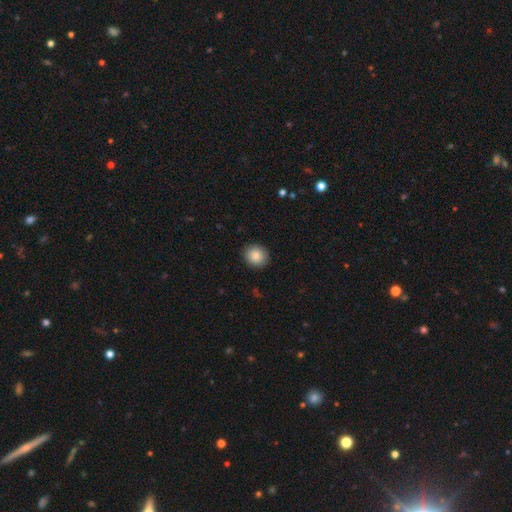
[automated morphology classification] Q: Smooth or featured?
A: smooth (86%); runner-up: star or artifact (8%)
Q: How rounded?
A: round (78%); runner-up: in between (21%)
Q: Merging?
A: none (90%); runner-up: minor disturbance (7%)